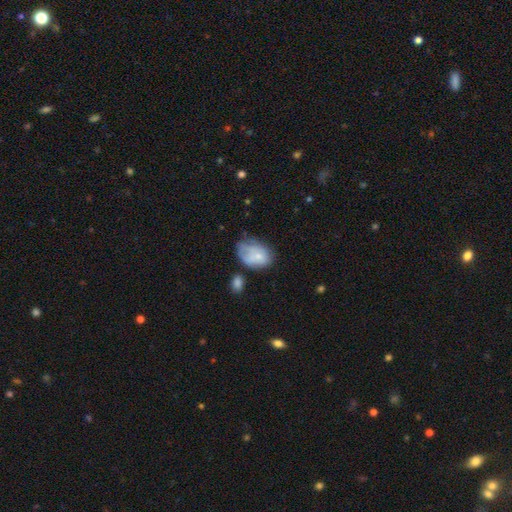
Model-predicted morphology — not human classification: This is likely a smooth galaxy (69%). How rounded: likely in between (79%). Merging: marginally minor disturbance (37%).